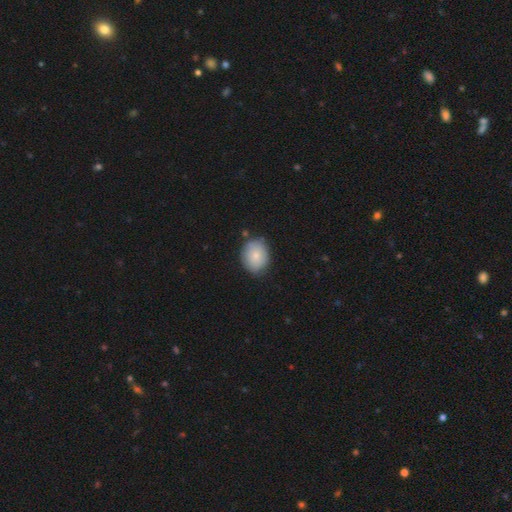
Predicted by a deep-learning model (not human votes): A smooth galaxy with no disk features (80%) that is in between round and cigar-shaped (50%). Merging: none (77%).